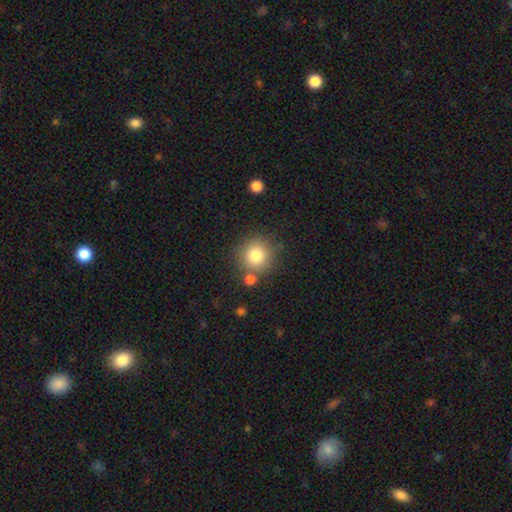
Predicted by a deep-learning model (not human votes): Smooth or featured: smooth — 81% (star or artifact — 11%)
How rounded: round — 92% (in between — 7%)
Merging: none — 77% (merger — 11%)